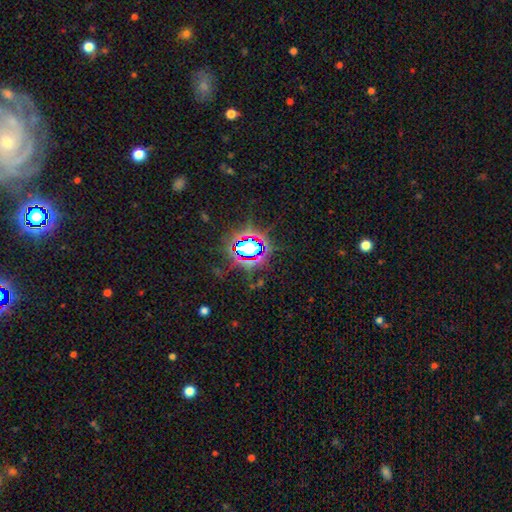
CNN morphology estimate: This appears to be a star or artifact, not a galaxy (77%).